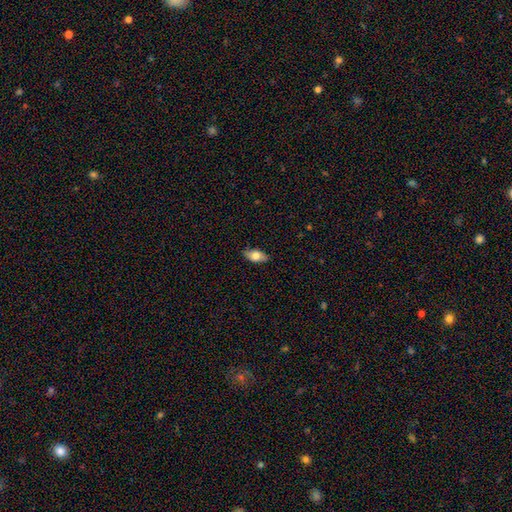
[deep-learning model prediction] Q: Smooth or featured?
A: smooth (75%); runner-up: featured or disk (18%)
Q: How rounded?
A: in between (89%); runner-up: cigar-shaped (7%)
Q: Merging?
A: none (85%); runner-up: minor disturbance (12%)